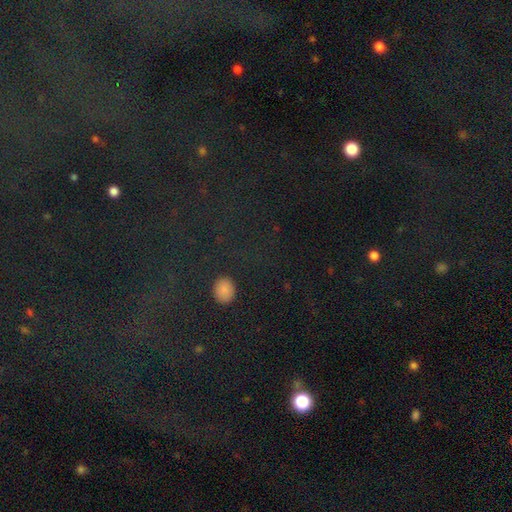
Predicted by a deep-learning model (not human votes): Smooth or featured: star or artifact — 77% (smooth — 14%)